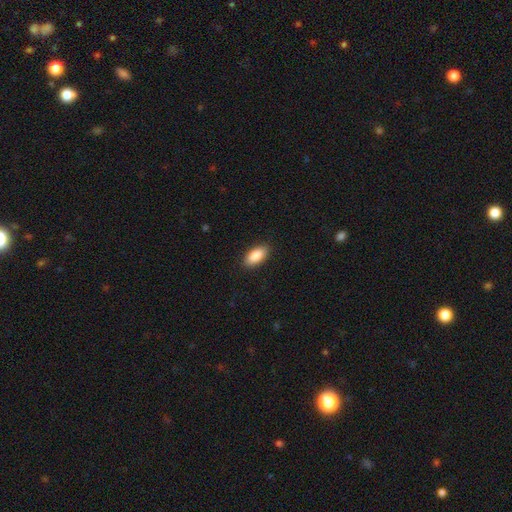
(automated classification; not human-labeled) This appears to be a smooth galaxy with no disk features (88%) that is in between round and cigar-shaped (91%). Merging: none (89%).